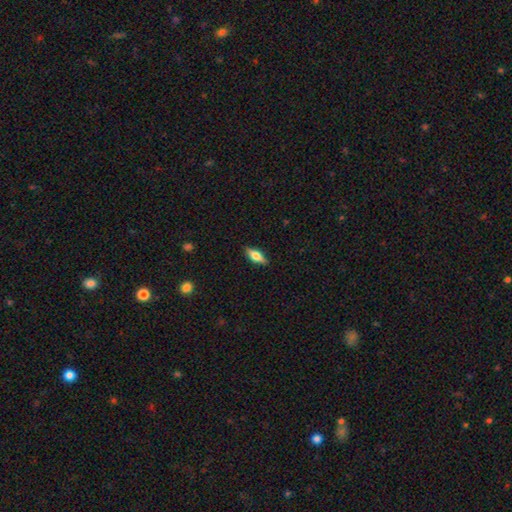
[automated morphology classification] smooth_or_featured: smooth (p=0.57) [alt: featured or disk p=0.37]
how_rounded: in between (p=0.65) [alt: cigar-shaped p=0.32]
merging: none (p=0.88) [alt: minor disturbance p=0.09]